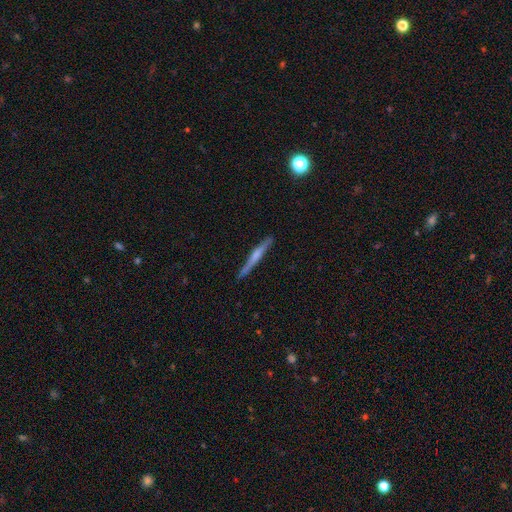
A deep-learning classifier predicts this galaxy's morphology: Smooth or featured? featured or disk (57%)
Edge-on disk? yes (97%)
Edge-on bulge? rounded (50%)
Merging? none (88%)